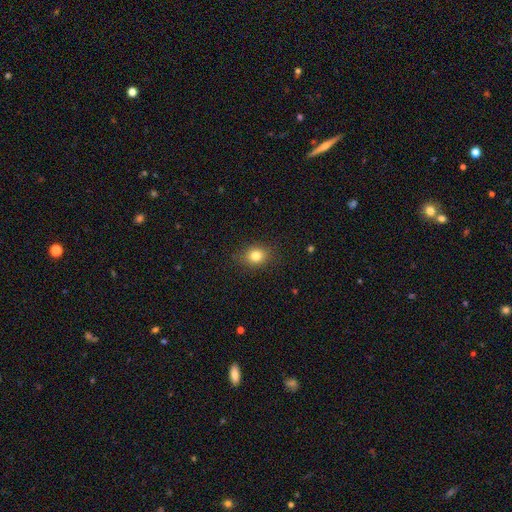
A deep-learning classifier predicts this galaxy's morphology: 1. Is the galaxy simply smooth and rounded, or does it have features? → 81% smooth, 12% star or artifact, 7% featured or disk.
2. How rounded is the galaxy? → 57% round, 42% in between, 1% cigar-shaped.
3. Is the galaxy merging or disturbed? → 86% none, 10% minor disturbance, 3% major disturbance, 1% merger.